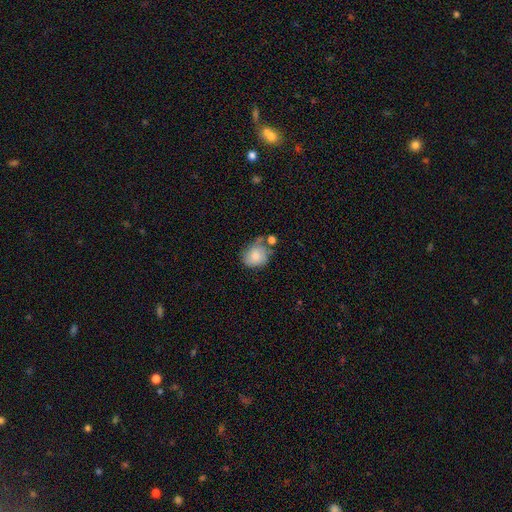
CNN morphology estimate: smooth_or_featured: smooth (p=0.76) [alt: featured or disk p=0.16]
how_rounded: round (p=0.62) [alt: in between p=0.37]
merging: none (p=0.44) [alt: minor disturbance p=0.27]